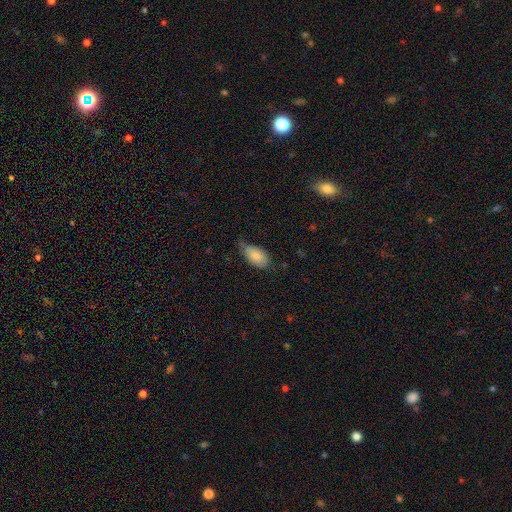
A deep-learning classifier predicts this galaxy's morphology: Q: Smooth or featured?
A: smooth (83%); runner-up: featured or disk (10%)
Q: How rounded?
A: in between (94%); runner-up: round (5%)
Q: Merging?
A: none (48%); runner-up: minor disturbance (39%)